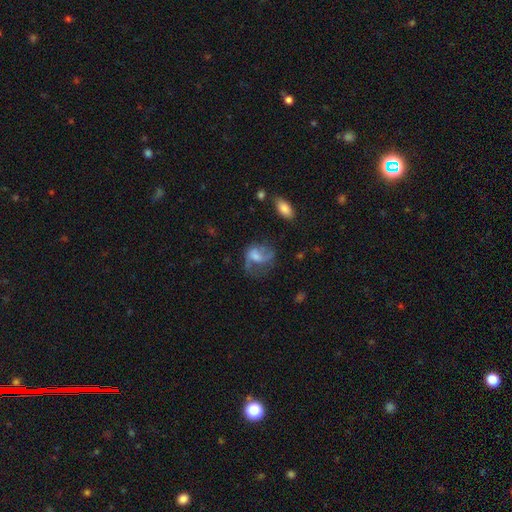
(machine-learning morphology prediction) Smooth or featured?
  - featured or disk: 54% *
  - smooth: 35%
  - star or artifact: 11%
Edge-on disk?
  - no: 96% *
  - yes: 4%
Bar?
  - no: 51% *
  - weak: 38%
  - strong: 11%
Spiral arms?
  - yes: 73% *
  - no: 27%
Bulge size?
  - moderate: 33% *
  - small: 27%
  - none: 25%
  - large: 13%
  - dominant: 2%
Merging?
  - none: 41% *
  - major disturbance: 32%
  - minor disturbance: 22%
  - merger: 4%